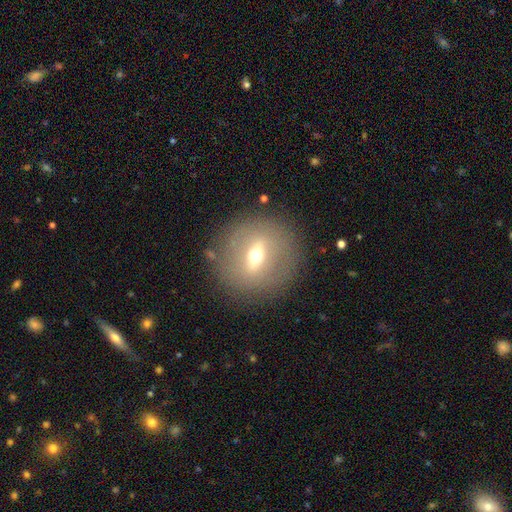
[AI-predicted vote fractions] smooth_or_featured: featured or disk (p=0.61) [alt: smooth p=0.29]
disk_edge_on: no (p=0.65) [alt: yes p=0.35]
merging: none (p=0.85) [alt: minor disturbance p=0.09]